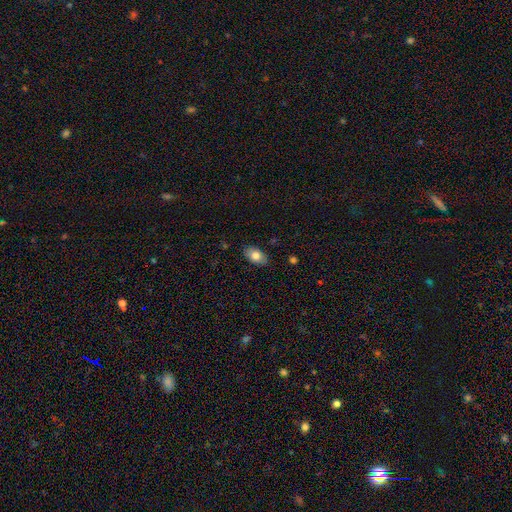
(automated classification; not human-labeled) This appears to be a smooth galaxy with no disk features (79%) that is in between round and cigar-shaped (92%). Merging: none (87%).